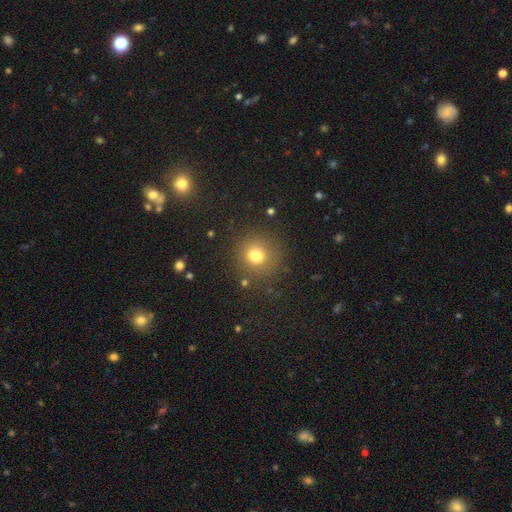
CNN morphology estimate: Smooth or featured?
  - smooth: 77% *
  - star or artifact: 16%
  - featured or disk: 7%
How rounded?
  - round: 87% *
  - in between: 12%
  - cigar-shaped: 1%
Merging?
  - none: 81% *
  - minor disturbance: 10%
  - major disturbance: 5%
  - merger: 3%